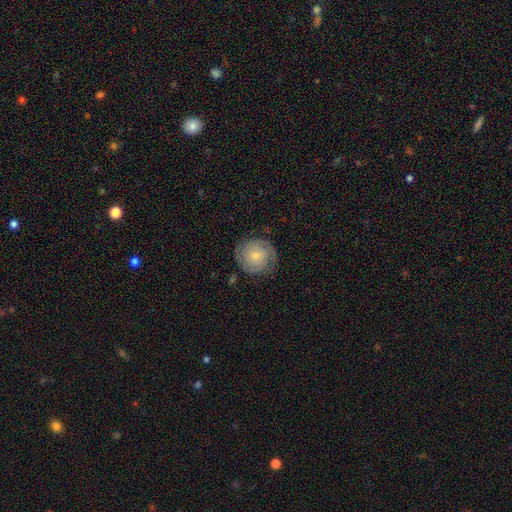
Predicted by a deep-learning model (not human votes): Smooth or featured?
  - featured or disk: 62% *
  - smooth: 31%
  - star or artifact: 7%
Edge-on disk?
  - no: 97% *
  - yes: 3%
Bar?
  - no: 69% *
  - weak: 26%
  - strong: 5%
Spiral arms?
  - yes: 88% *
  - no: 12%
Spiral winding?
  - tight: 72% *
  - medium: 21%
  - loose: 6%
Spiral arm count?
  - 2: 55% *
  - can't tell: 27%
  - 3: 8%
  - 1: 4%
  - 4: 3%
  - more than 4: 3%
Bulge size?
  - small: 65% *
  - moderate: 30%
  - none: 3%
  - large: 2%
  - dominant: 1%
Merging?
  - none: 78% *
  - minor disturbance: 15%
  - major disturbance: 5%
  - merger: 1%